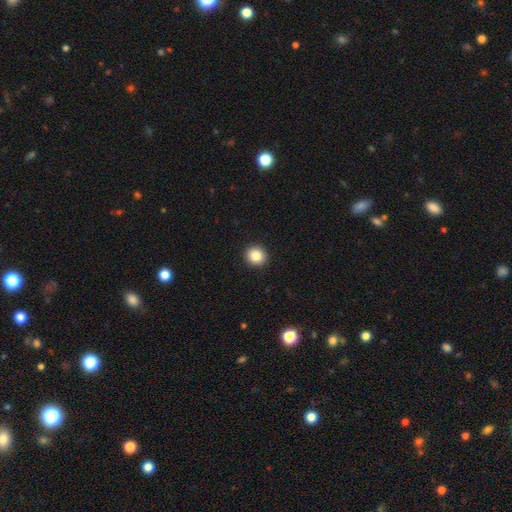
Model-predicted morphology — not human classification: type=smooth (86%); roundness=round (91%); merging=none (93%).